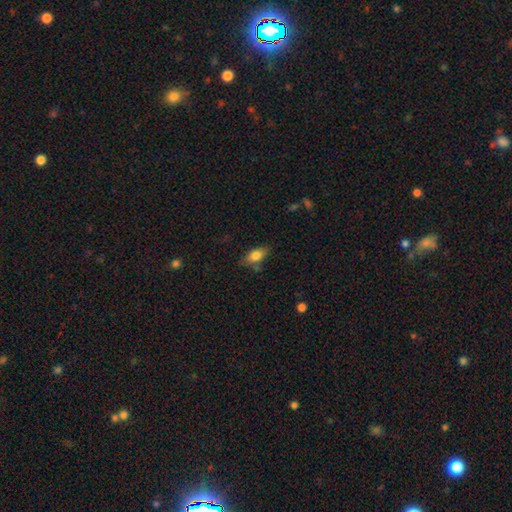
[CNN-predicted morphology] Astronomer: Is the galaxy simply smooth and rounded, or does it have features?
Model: smooth — 79%.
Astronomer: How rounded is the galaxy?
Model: in between — 87%.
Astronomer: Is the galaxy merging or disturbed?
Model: none — 65%.